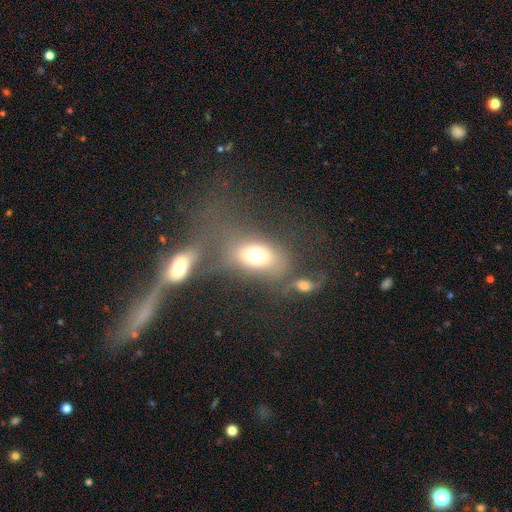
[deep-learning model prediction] A smooth galaxy with no disk features (69%) that is in between round and cigar-shaped (83%).

Vote fractions:
- Smooth or featured? smooth: 69% / featured or disk: 21% / star or artifact: 10%
- How rounded? in between: 83% / round: 14% / cigar-shaped: 3%
- Merging? none: 40% / merger: 27% / major disturbance: 17% / minor disturbance: 15%